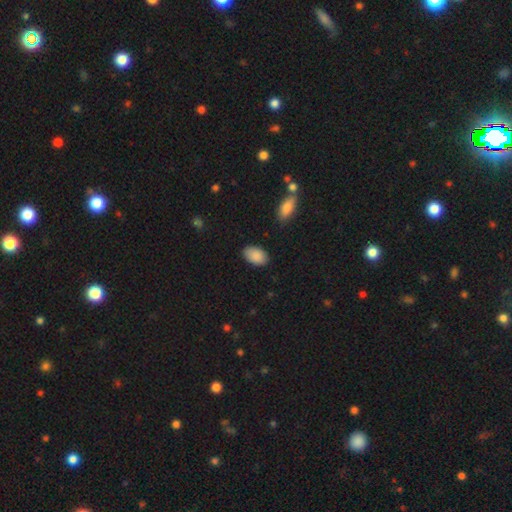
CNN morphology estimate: This is clearly a smooth galaxy (89%). How rounded: clearly in between (93%). Merging: clearly none (86%).